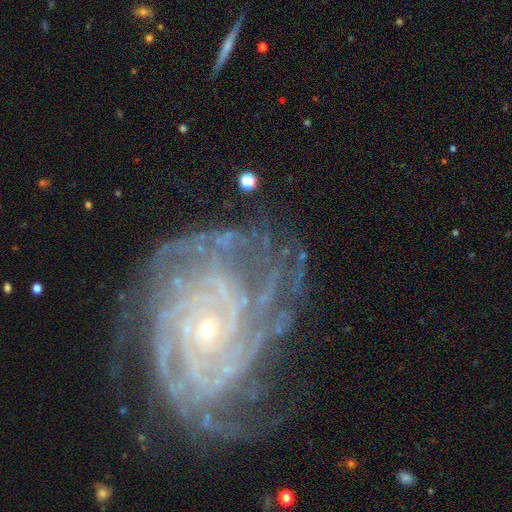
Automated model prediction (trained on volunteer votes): This appears to be a featured or disk galaxy (90%) with no bar (75%), more than 4 (22%) tight (78%) spiral arms (98%) and a small central bulge (83%). Merging: none (65%).